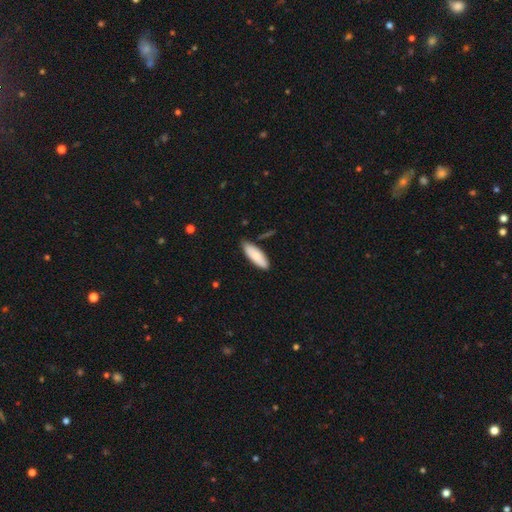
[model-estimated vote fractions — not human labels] smooth 85%, featured or disk 10%, star or artifact 6%. Down the decision tree: how rounded — in between (62%); merging — none (81%).